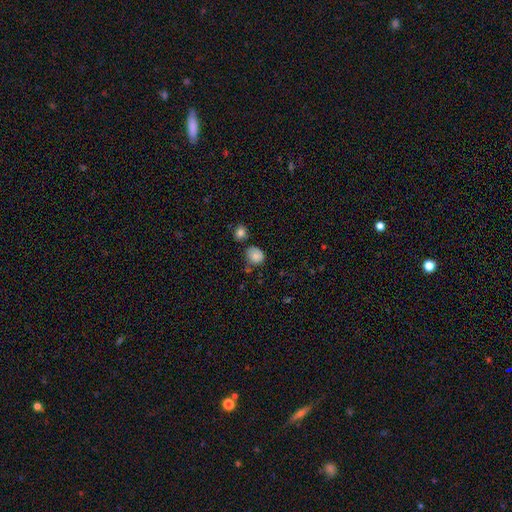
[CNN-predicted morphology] Overall: smooth (81%). How rounded: round (68%; in between 31%). Merging: none (58%; minor disturbance 27%).